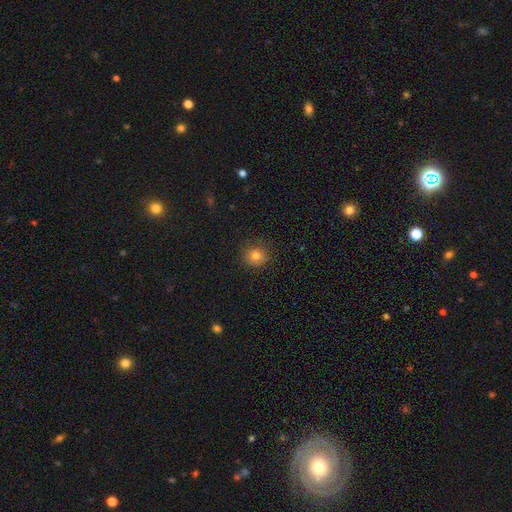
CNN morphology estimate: Q: Smooth or featured?
A: smooth (79%); runner-up: star or artifact (14%)
Q: How rounded?
A: round (88%); runner-up: in between (11%)
Q: Merging?
A: none (86%); runner-up: minor disturbance (10%)